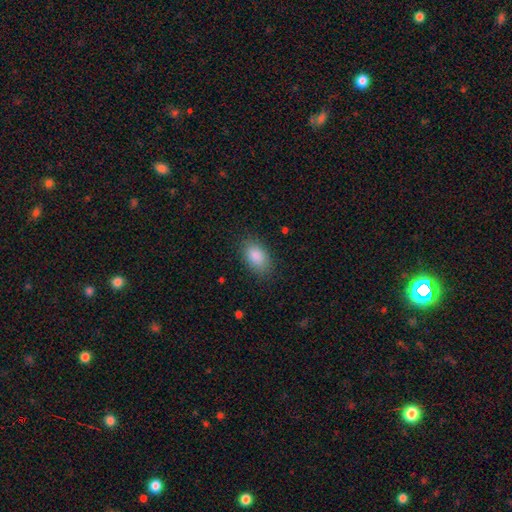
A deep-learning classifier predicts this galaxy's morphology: This is clearly a smooth galaxy (88%). How rounded: clearly in between (91%). Merging: clearly none (84%).